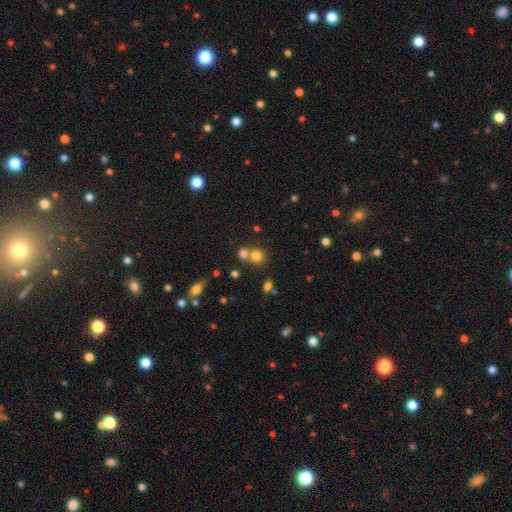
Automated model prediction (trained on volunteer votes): The model was most divided on "merging": none: 54%, merger: 36%, minor disturbance: 7%, major disturbance: 3%. More confident: how rounded — round (85%); smooth or featured — smooth (76%).